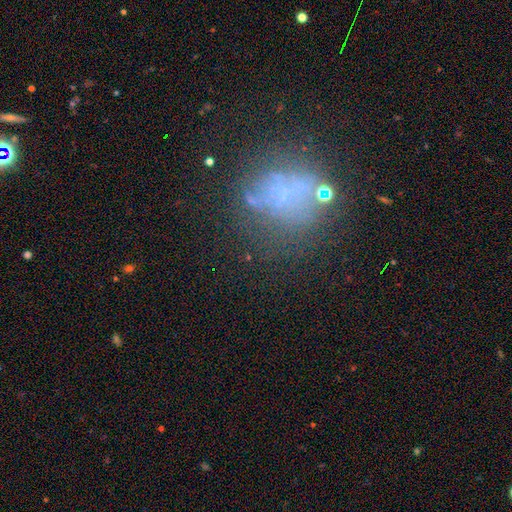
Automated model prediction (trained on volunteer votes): The model was most divided on "smooth or featured": star or artifact: 35%, smooth: 33%, featured or disk: 32%.